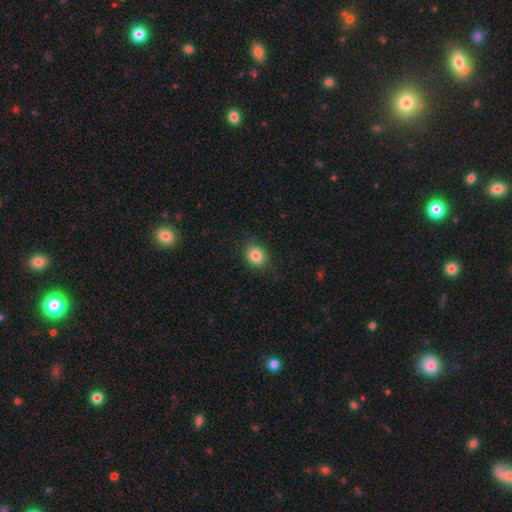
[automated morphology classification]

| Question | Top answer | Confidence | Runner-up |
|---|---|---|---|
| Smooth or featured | smooth | 84% | star or artifact (10%) |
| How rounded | round | 72% | in between (27%) |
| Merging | none | 85% | minor disturbance (11%) |